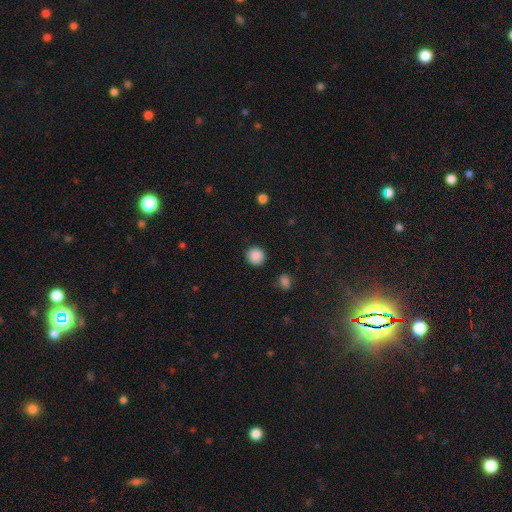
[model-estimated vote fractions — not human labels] The model was most divided on "smooth or featured": smooth: 88%, star or artifact: 9%, featured or disk: 3%. More confident: how rounded — round (93%); merging — none (90%).